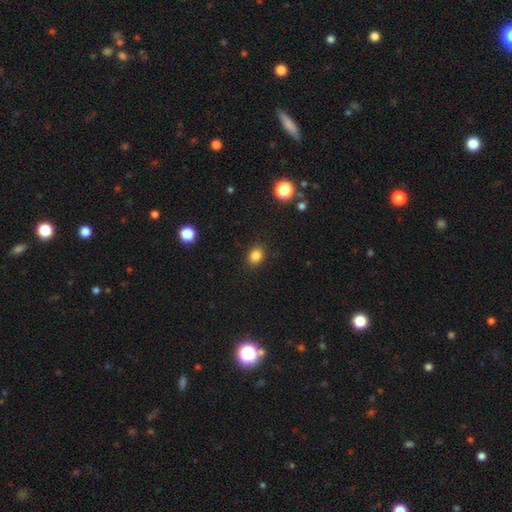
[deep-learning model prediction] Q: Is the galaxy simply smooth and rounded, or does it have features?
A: smooth — 84%.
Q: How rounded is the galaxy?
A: round — 52%.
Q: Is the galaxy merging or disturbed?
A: none — 88%.